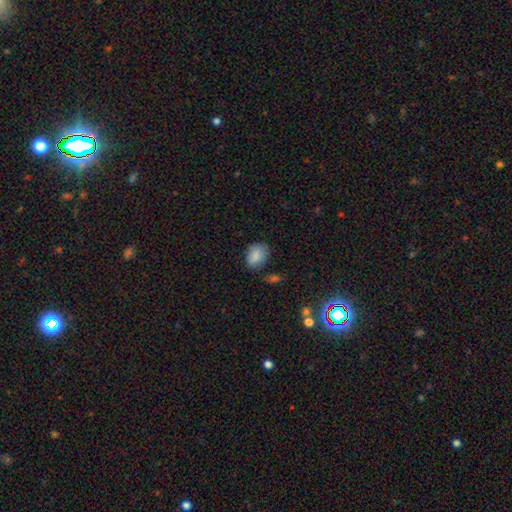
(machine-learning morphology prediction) This is clearly a smooth galaxy (87%). How rounded: likely in between (75%). Merging: likely none (68%).